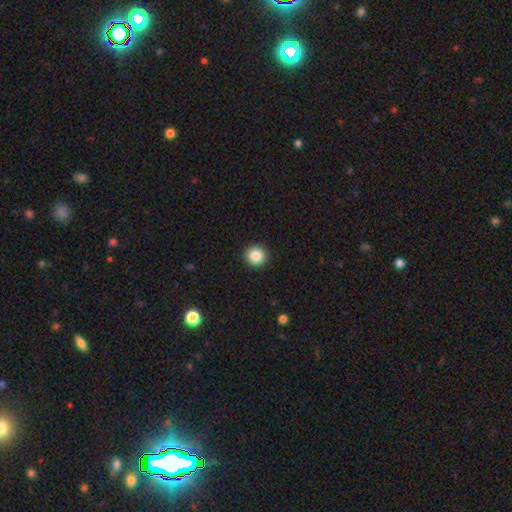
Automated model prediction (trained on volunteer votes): A smooth galaxy with no disk features (86%) that is round (94%). Merging: none (93%).